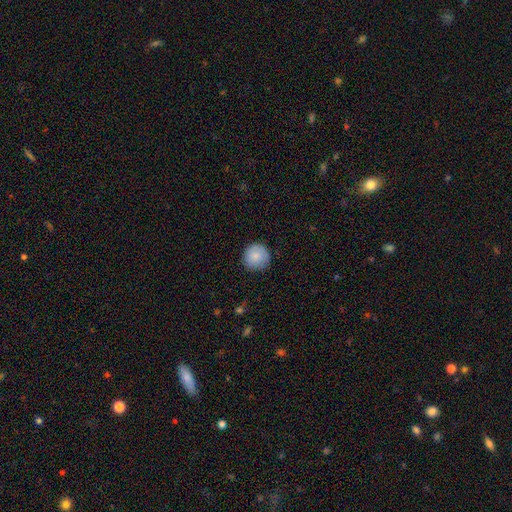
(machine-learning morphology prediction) Q: Smooth or featured?
A: smooth (84%); runner-up: featured or disk (9%)
Q: How rounded?
A: round (95%); runner-up: in between (4%)
Q: Merging?
A: none (86%); runner-up: minor disturbance (11%)